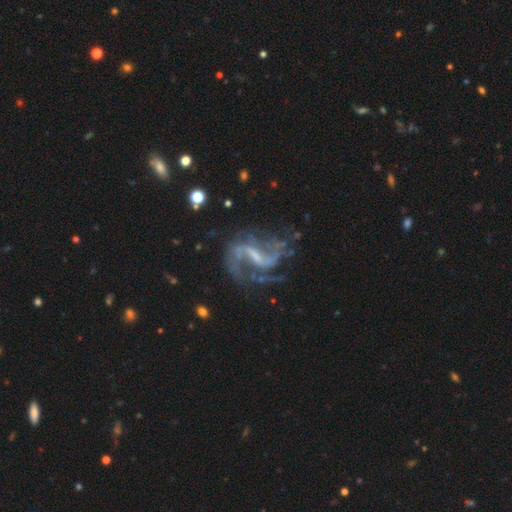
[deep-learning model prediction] Smooth or featured: featured or disk — 90% (star or artifact — 6%)
Edge-on disk: no — 97% (yes — 3%)
Bar: weak — 45% (strong — 43%)
Spiral arms: yes — 96% (no — 4%)
Spiral winding: medium — 47% (loose — 40%)
Spiral arm count: 2 — 74% (3 — 8%)
Bulge size: small — 47% (none — 30%)
Merging: none — 58% (major disturbance — 21%)